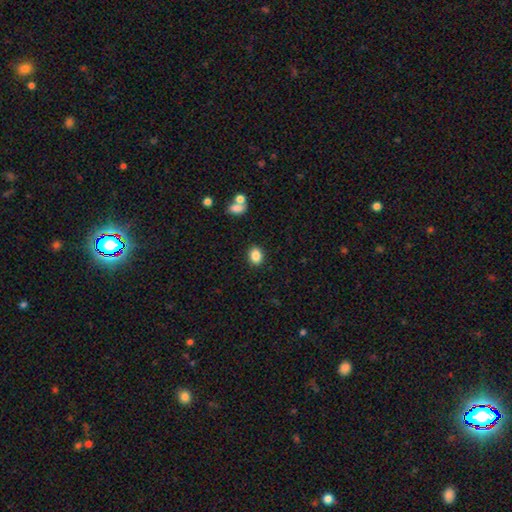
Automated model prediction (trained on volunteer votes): smooth-or-featured: smooth: 86% | star or artifact: 10% | featured or disk: 5%
  how-rounded: in between: 55% | round: 44% | cigar-shaped: 1%
  merging: none: 88% | minor disturbance: 7% | major disturbance: 2% | merger: 2%